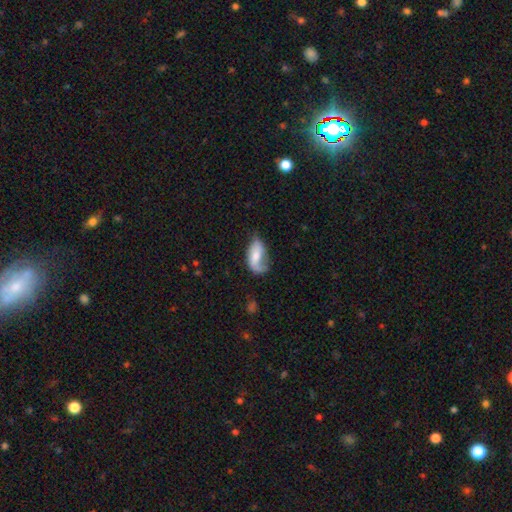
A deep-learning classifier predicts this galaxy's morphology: Smooth or featured? Predicted: smooth (p=0.55). How rounded? Predicted: in between (p=0.91). Merging? Predicted: none (p=0.35).